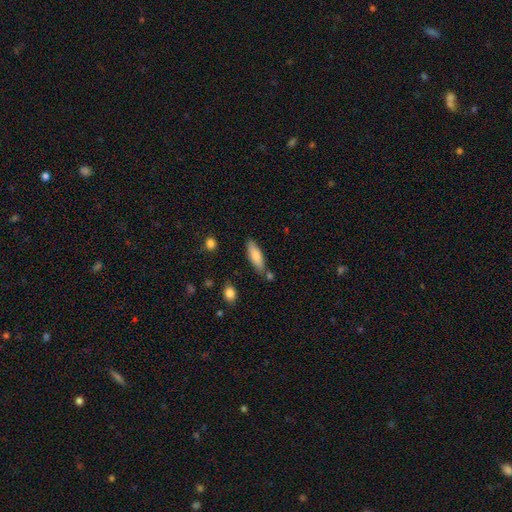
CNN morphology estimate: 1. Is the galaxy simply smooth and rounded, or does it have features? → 80% smooth, 14% featured or disk, 6% star or artifact.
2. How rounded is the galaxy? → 50% in between, 48% cigar-shaped, 2% round.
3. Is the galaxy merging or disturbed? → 75% none, 15% minor disturbance, 7% merger, 3% major disturbance.